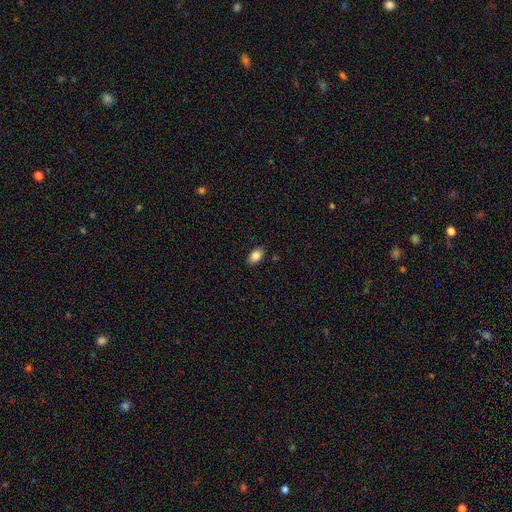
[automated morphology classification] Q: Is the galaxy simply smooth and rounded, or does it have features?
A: smooth — 86%.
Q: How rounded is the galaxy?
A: in between — 88%.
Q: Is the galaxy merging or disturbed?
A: none — 86%.